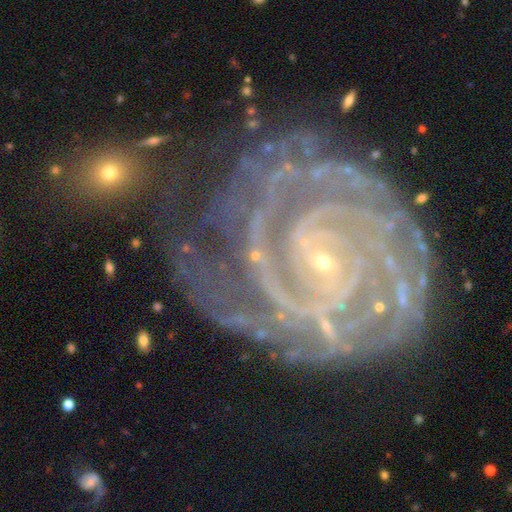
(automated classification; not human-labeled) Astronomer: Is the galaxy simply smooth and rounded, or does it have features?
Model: featured or disk — 49% (runner-up: star or artifact, 39%).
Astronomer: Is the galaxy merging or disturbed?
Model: none — 63%.